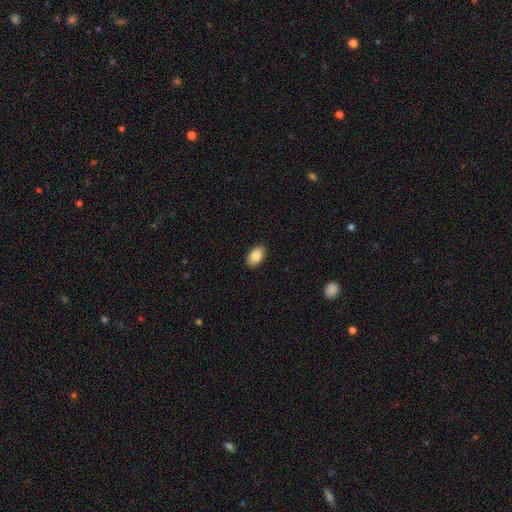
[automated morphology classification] Overall: smooth (88%). How rounded: in between (92%). Merging: none (89%).